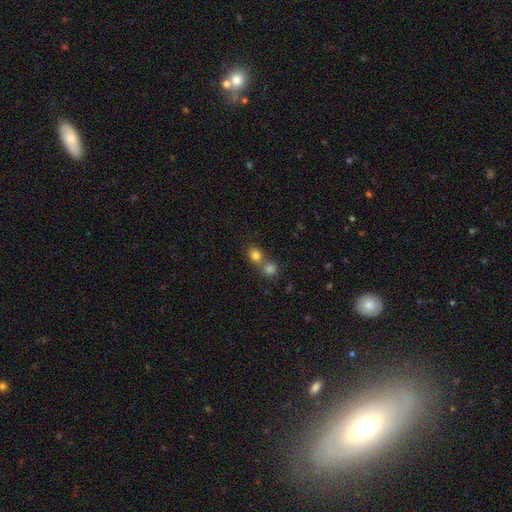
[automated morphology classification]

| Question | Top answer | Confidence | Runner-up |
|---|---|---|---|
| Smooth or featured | smooth | 80% | star or artifact (12%) |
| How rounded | round | 77% | in between (22%) |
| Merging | merger | 48% | none (43%) |